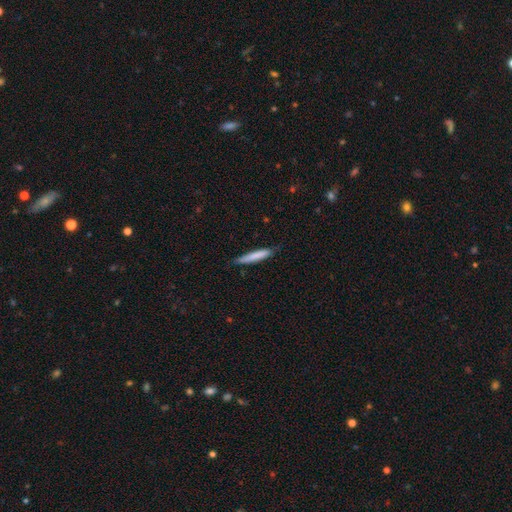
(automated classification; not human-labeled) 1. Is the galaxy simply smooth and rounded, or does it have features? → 77% smooth, 17% featured or disk, 6% star or artifact.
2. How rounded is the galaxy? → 92% cigar-shaped, 7% in between, 1% round.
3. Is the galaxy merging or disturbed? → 77% none, 19% minor disturbance, 3% major disturbance, 1% merger.